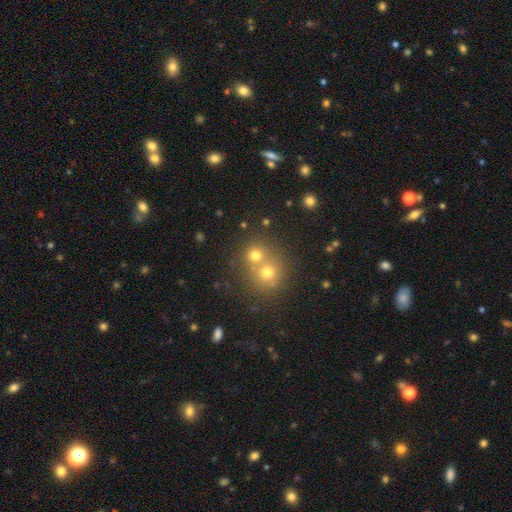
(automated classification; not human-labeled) Smooth or featured: smooth — 57% (star or artifact — 30%)
How rounded: round — 86% (in between — 13%)
Merging: none — 54% (merger — 36%)